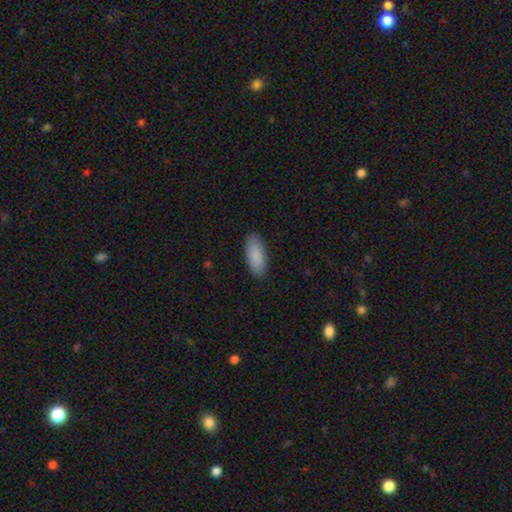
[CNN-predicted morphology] A smooth galaxy with no disk features (89%) that is in between round and cigar-shaped (82%).

Vote fractions:
- Smooth or featured? smooth: 89% / star or artifact: 6% / featured or disk: 5%
- How rounded? in between: 82% / cigar-shaped: 16% / round: 2%
- Merging? none: 88% / minor disturbance: 9% / major disturbance: 2% / merger: 1%